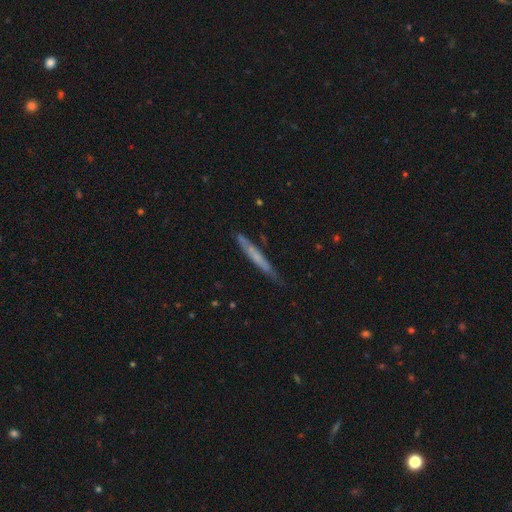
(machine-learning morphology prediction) Smooth or featured? Predicted: smooth (p=0.50). Merging? Predicted: none (p=0.78).